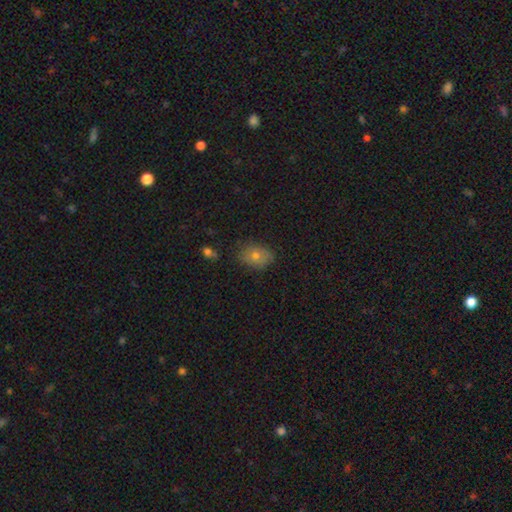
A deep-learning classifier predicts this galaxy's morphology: Smooth or featured? smooth (70%)
How rounded? in between (68%)
Merging? none (77%)